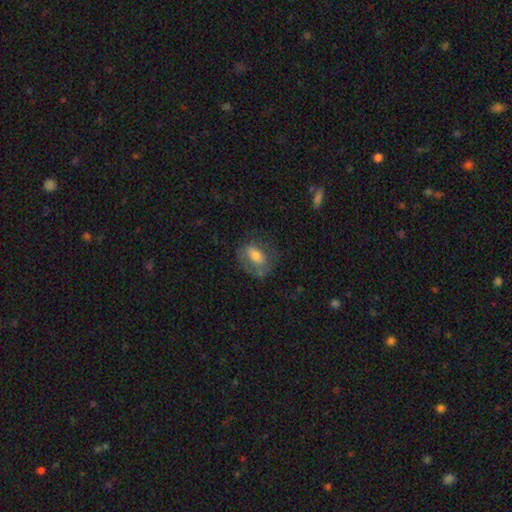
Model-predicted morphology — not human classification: Q: Smooth or featured?
A: smooth (57%); runner-up: featured or disk (34%)
Q: How rounded?
A: in between (78%); runner-up: round (18%)
Q: Merging?
A: none (56%); runner-up: minor disturbance (23%)